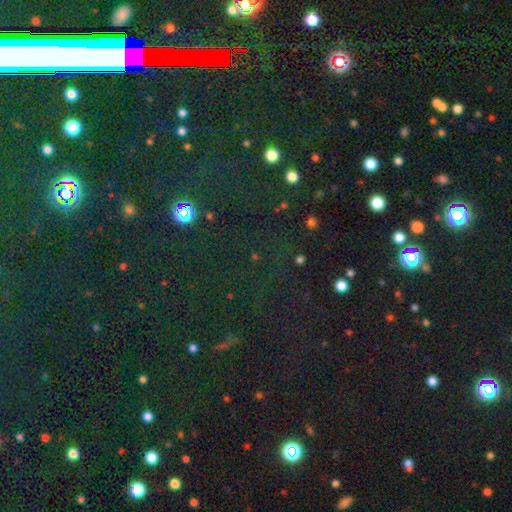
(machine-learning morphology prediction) smooth_or_featured: star or artifact (p=0.77) [alt: smooth p=0.16]